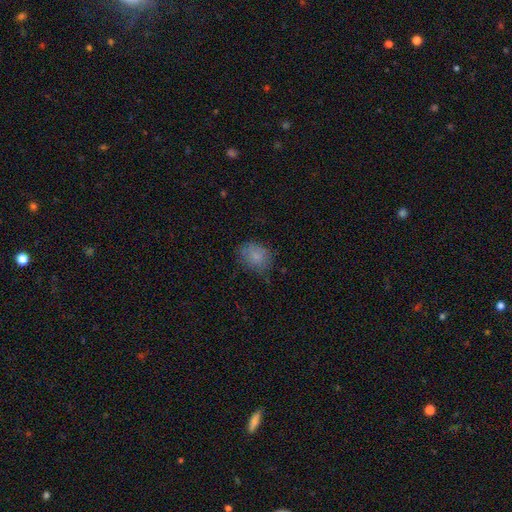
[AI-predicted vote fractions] Overall: smooth (81%). How rounded: in between (59%; round 39%). Merging: none (70%).